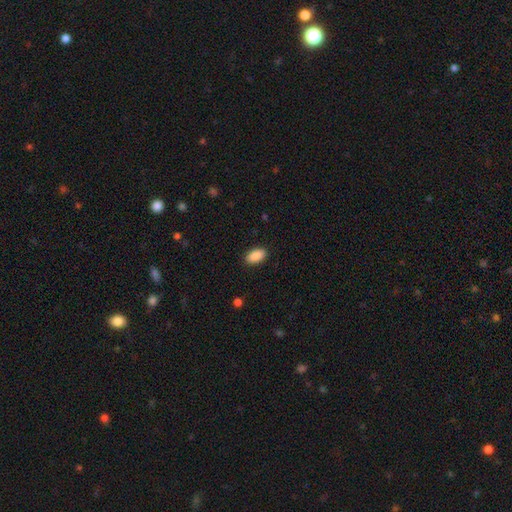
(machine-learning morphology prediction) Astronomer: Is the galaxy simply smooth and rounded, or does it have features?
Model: smooth — 90%.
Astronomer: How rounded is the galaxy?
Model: in between — 94%.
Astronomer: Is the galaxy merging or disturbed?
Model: none — 89%.